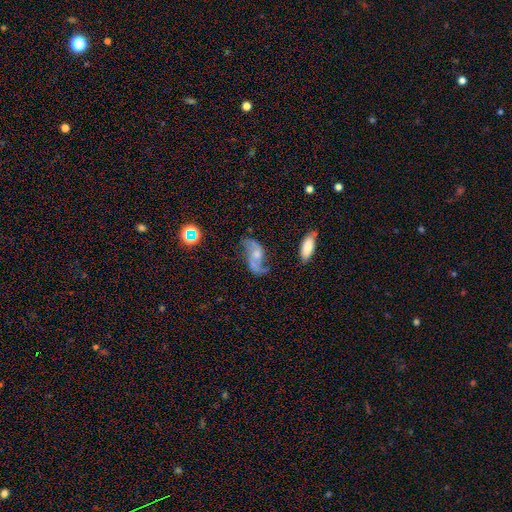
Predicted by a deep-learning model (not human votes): Morphology: type=featured or disk (83%); edge-on=no (96%); bar=no (57%); spiral arms=yes (93%); winding=loose (81%); arm count=2 (92%); bulge=moderate (41%); merging=none (64%).